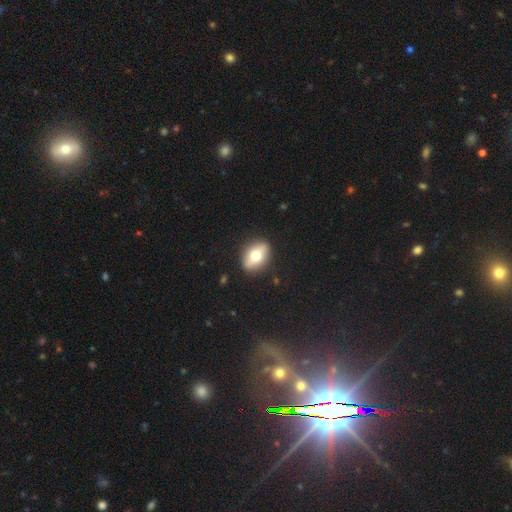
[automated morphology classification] Smooth or featured: smooth — 66% (featured or disk — 27%)
How rounded: in between — 72% (round — 24%)
Merging: none — 87% (minor disturbance — 9%)